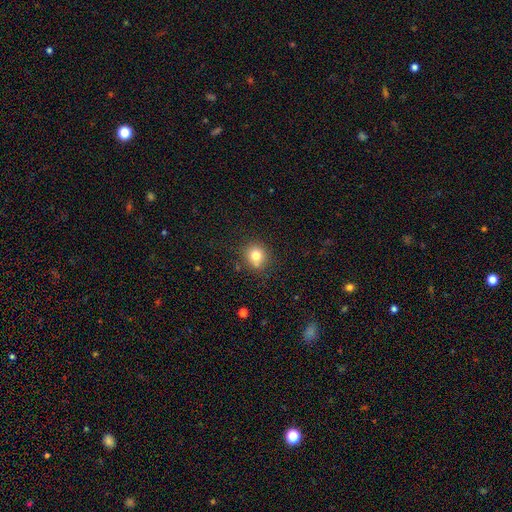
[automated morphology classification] Smooth or featured? Predicted: smooth (p=0.77). How rounded? Predicted: round (p=0.86). Merging? Predicted: none (p=0.80).